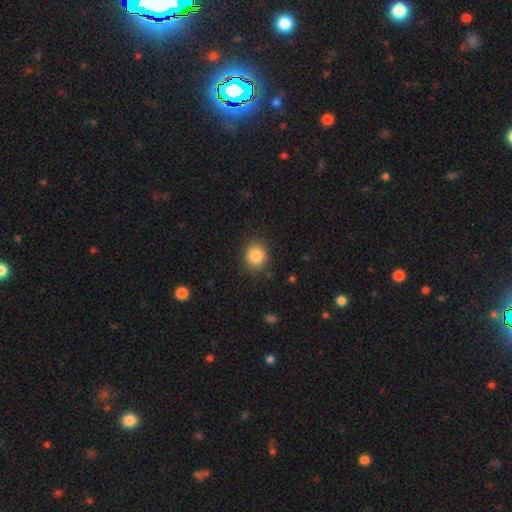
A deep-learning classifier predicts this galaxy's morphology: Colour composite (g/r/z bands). It shows a smooth galaxy with no disk features (85%) that is round (66%). Merging: none (85%).